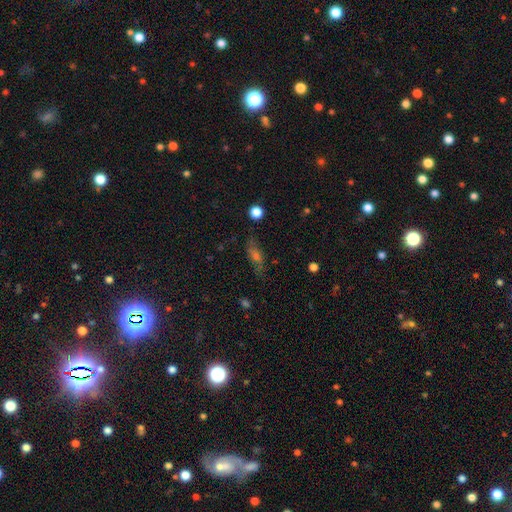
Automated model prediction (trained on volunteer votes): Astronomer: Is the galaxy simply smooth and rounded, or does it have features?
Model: smooth — 39% (runner-up: featured or disk, 36%).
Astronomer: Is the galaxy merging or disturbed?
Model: none — 75%.